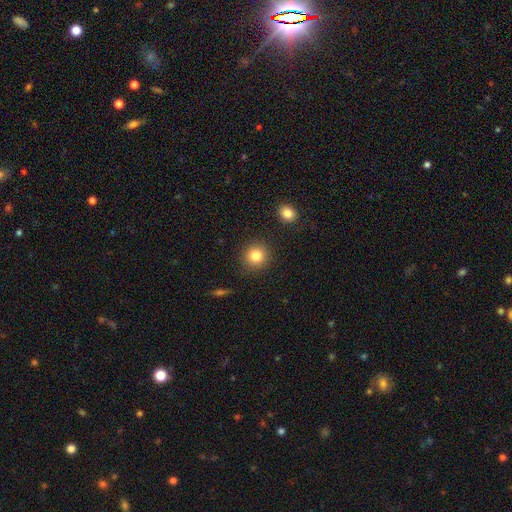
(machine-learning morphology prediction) Smooth or featured? smooth (83%)
How rounded? round (91%)
Merging? none (89%)